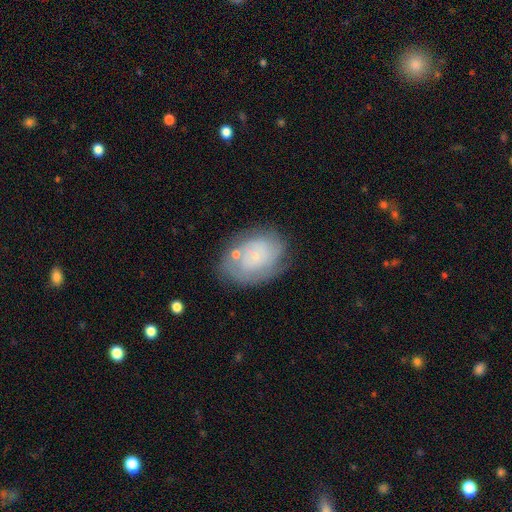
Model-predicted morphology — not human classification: featured or disk 53%, smooth 38%, star or artifact 9%. Down the decision tree: edge-on disk — no (96%); bar — no (85%); spiral arms — yes (64%); bulge size — small (82%); merging — none (63%).